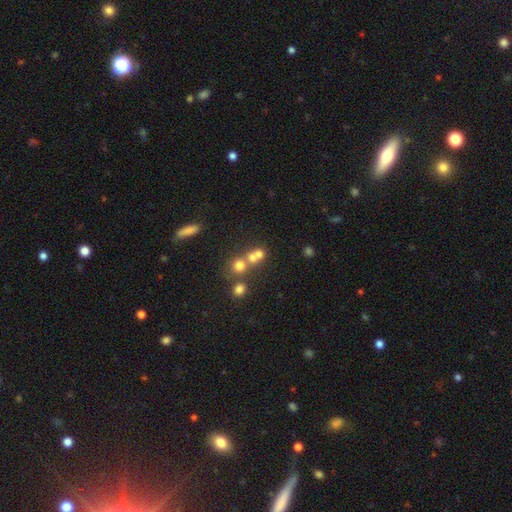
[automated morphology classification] Smooth or featured? smooth (64%)
How rounded? round (81%)
Merging? merger (52%)